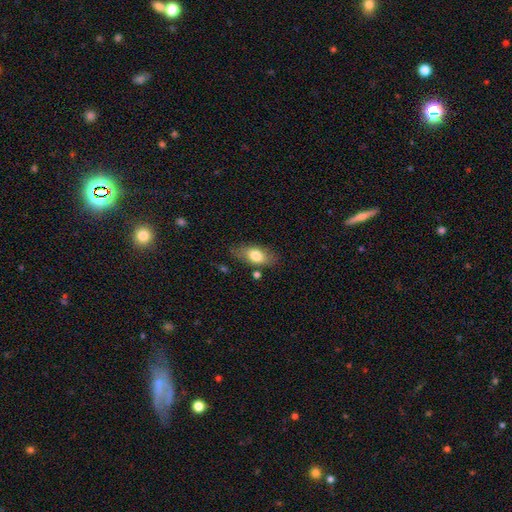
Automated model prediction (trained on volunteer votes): A smooth galaxy with no disk features (75%) that is in between round and cigar-shaped (86%).

Vote fractions:
- Smooth or featured? smooth: 75% / featured or disk: 18% / star or artifact: 7%
- How rounded? in between: 86% / cigar-shaped: 8% / round: 6%
- Merging? none: 74% / minor disturbance: 18% / major disturbance: 5% / merger: 4%